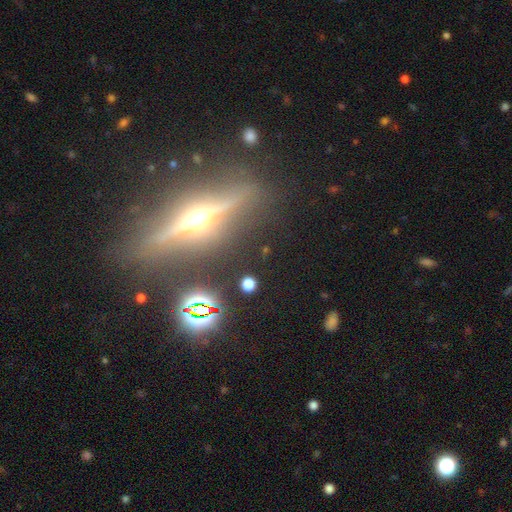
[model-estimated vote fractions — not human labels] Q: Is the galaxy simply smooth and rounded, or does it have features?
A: featured or disk — 80%.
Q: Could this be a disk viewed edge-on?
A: yes — 95%.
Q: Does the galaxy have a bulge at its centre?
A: rounded — 95%.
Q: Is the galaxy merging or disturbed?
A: none — 85%.